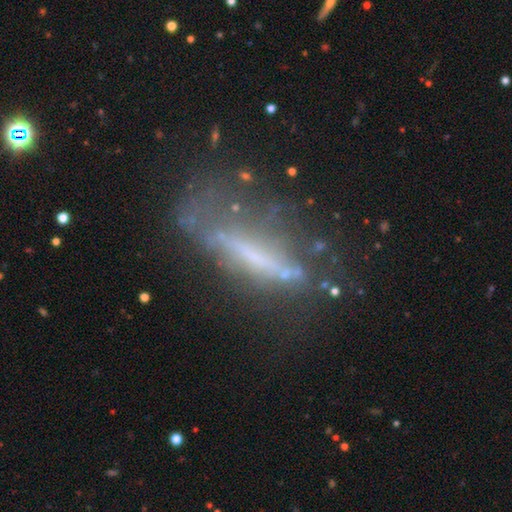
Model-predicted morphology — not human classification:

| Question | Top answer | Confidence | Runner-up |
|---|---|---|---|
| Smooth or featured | featured or disk | 57% | smooth (29%) |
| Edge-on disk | yes | 56% | no (44%) |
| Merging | none | 49% | minor disturbance (24%) |